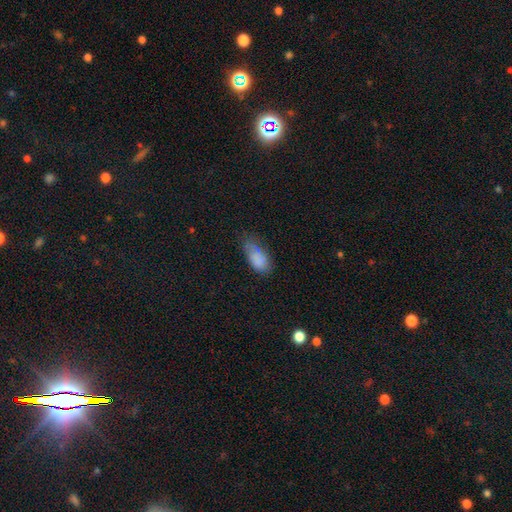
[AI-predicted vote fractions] This is likely a smooth galaxy (78%). How rounded: clearly in between (91%). Merging: possibly none (48%).